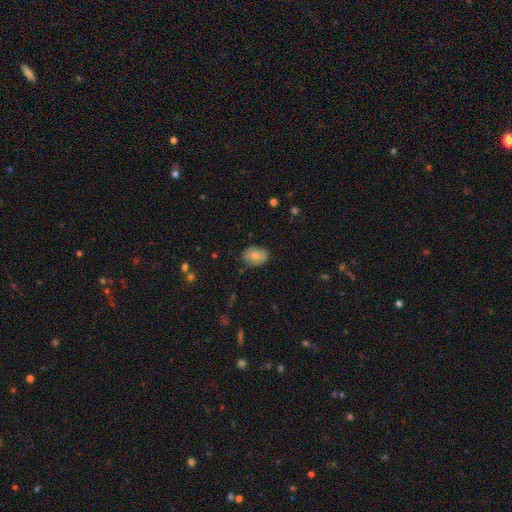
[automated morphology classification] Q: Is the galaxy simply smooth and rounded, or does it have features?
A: smooth — 66%.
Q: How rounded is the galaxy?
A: in between — 73%.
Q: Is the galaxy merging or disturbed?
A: none — 70%.